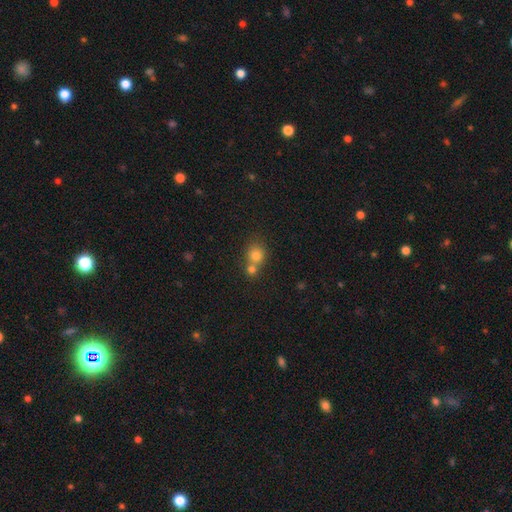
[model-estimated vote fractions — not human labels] Q: Smooth or featured?
A: smooth (78%); runner-up: star or artifact (13%)
Q: How rounded?
A: round (83%); runner-up: in between (16%)
Q: Merging?
A: merger (49%); runner-up: none (42%)